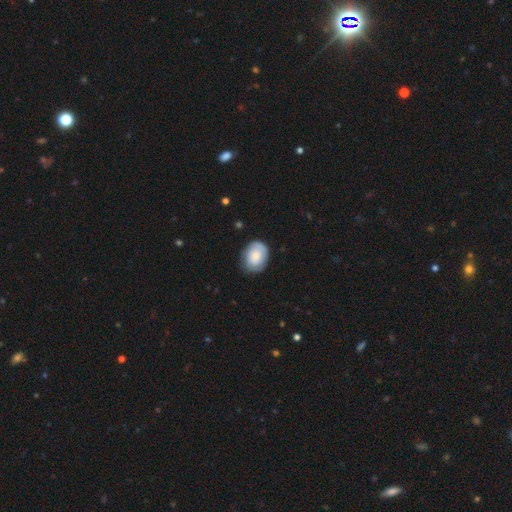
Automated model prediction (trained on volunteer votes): Smooth or featured?
  - smooth: 76% *
  - featured or disk: 18%
  - star or artifact: 6%
How rounded?
  - in between: 65% *
  - round: 34%
  - cigar-shaped: 1%
Merging?
  - none: 75% *
  - minor disturbance: 20%
  - major disturbance: 4%
  - merger: 1%